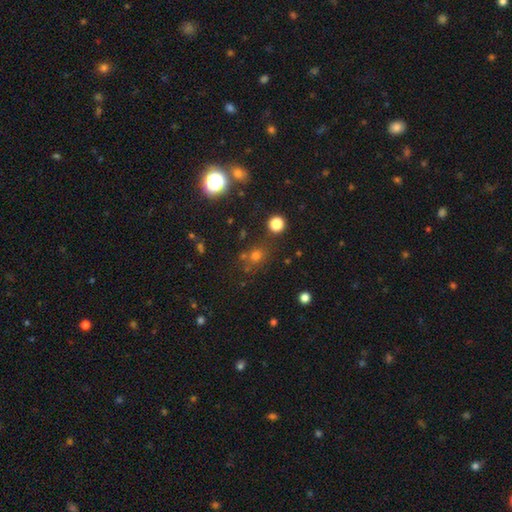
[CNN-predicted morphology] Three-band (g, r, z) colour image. It shows a smooth galaxy with no disk features (59%) that is round (79%). Merging: none (73%).